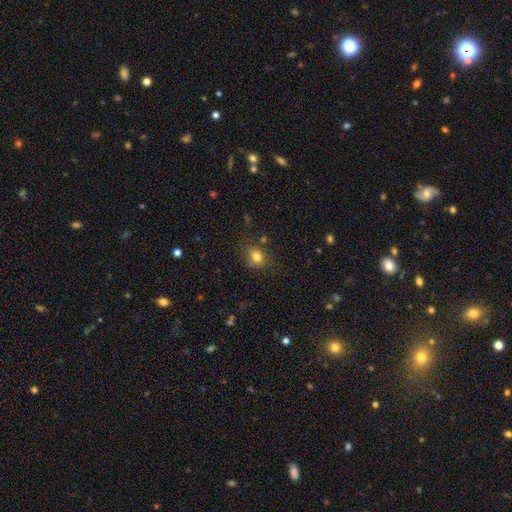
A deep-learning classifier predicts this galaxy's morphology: smooth_or_featured: smooth (p=0.78) [alt: star or artifact p=0.14]
how_rounded: round (p=0.53) [alt: in between p=0.46]
merging: none (p=0.75) [alt: minor disturbance p=0.15]